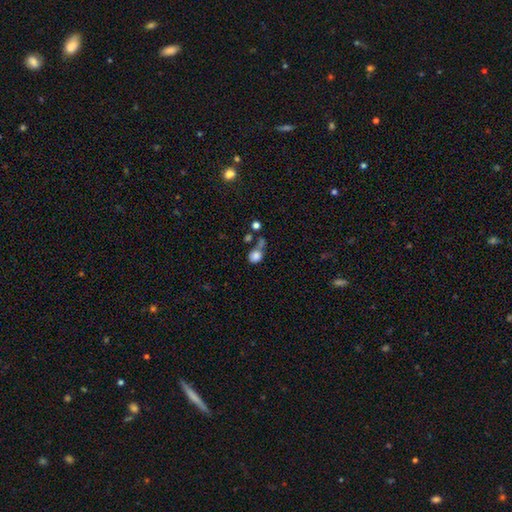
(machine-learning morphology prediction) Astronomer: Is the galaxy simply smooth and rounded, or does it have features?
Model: smooth — 81%.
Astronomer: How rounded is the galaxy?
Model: round — 59% (runner-up: in between, 39%).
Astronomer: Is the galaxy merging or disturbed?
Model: none — 39% (runner-up: merger, 31%).